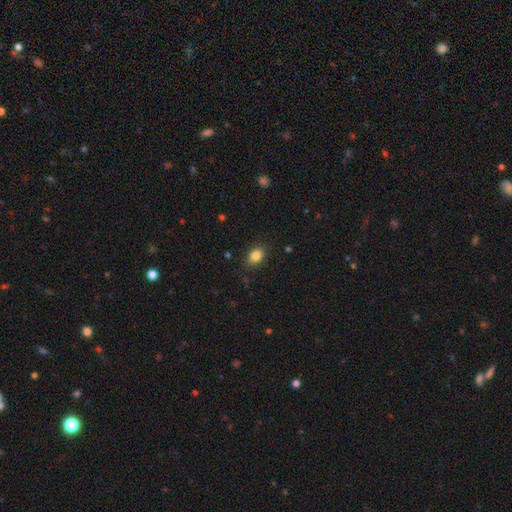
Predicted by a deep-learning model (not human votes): smooth_or_featured: smooth (p=0.85) [alt: star or artifact p=0.09]
how_rounded: in between (p=0.76) [alt: round p=0.23]
merging: none (p=0.85) [alt: minor disturbance p=0.11]